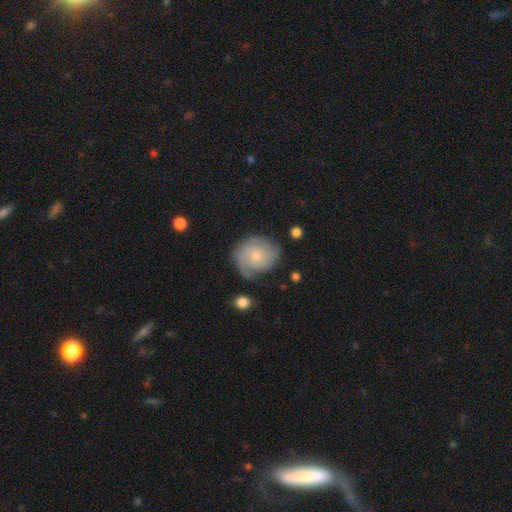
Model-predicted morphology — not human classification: smooth-or-featured: featured or disk: 81% | smooth: 14% | star or artifact: 6%
  disk-edge-on: no: 98% | yes: 2%
    bar: no: 78% | weak: 19% | strong: 3%
    has-spiral-arms: yes: 96% | no: 4%
      spiral-winding: tight: 69% | medium: 25% | loose: 6%
      spiral-arm-count: 3: 29% | 2: 26% | can't tell: 23% | 4: 11% | 1: 6% | more than 4: 6%
    bulge-size: small: 71% | moderate: 25% | none: 2% | large: 1% | dominant: 1%
  merging: none: 77% | minor disturbance: 16% | major disturbance: 5% | merger: 2%